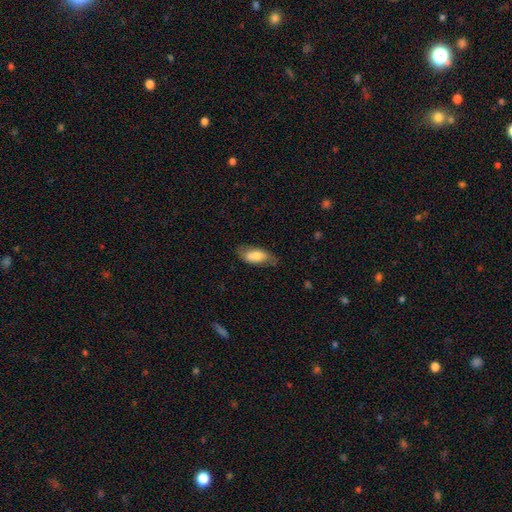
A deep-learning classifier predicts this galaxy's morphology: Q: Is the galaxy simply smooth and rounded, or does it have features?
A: smooth — 73%.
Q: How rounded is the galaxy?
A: in between — 85%.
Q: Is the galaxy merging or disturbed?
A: none — 68%.